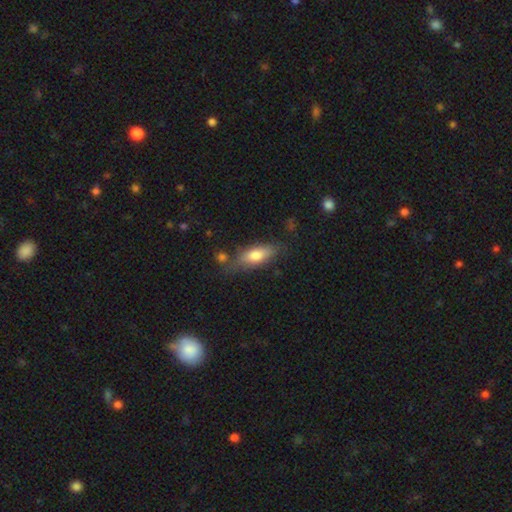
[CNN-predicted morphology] Overall: smooth (71%). How rounded: in between (71%). Merging: none (66%).